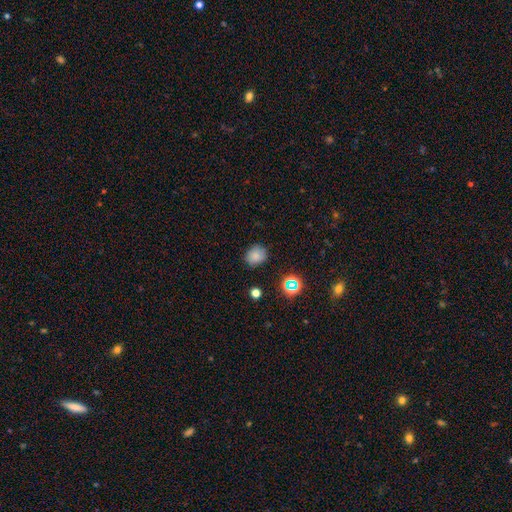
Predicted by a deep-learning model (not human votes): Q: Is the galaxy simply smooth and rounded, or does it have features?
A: smooth — 79%.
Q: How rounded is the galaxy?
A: round — 59%.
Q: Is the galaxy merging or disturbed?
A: none — 82%.